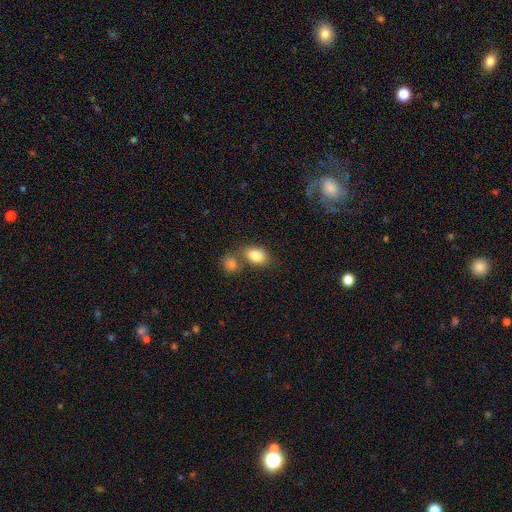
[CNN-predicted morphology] Overall: smooth (83%). How rounded: in between (81%). Merging: none (52%; merger 32%).